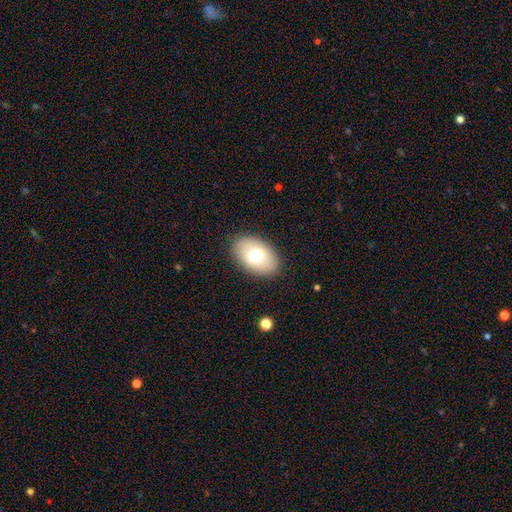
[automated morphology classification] Smooth or featured: smooth — 69% (featured or disk — 23%)
How rounded: in between — 88% (round — 10%)
Merging: none — 86% (minor disturbance — 10%)